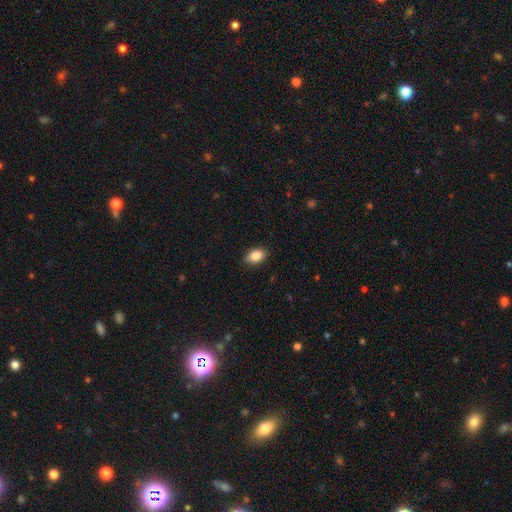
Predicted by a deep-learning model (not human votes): Smooth or featured: smooth — 84% (featured or disk — 9%)
How rounded: in between — 89% (round — 9%)
Merging: none — 87% (minor disturbance — 10%)